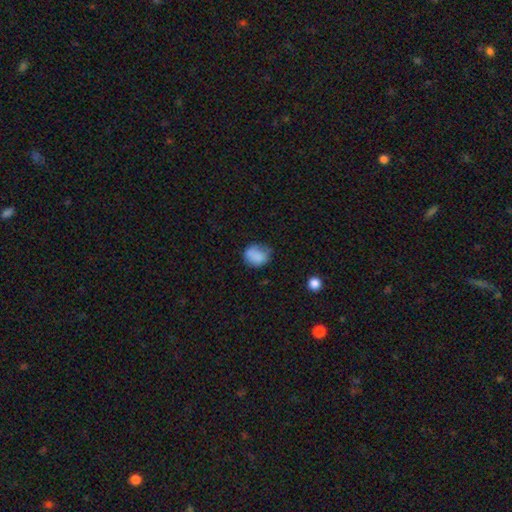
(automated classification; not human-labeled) This is clearly a smooth galaxy (82%). How rounded: likely round (63%). Merging: possibly none (57%).